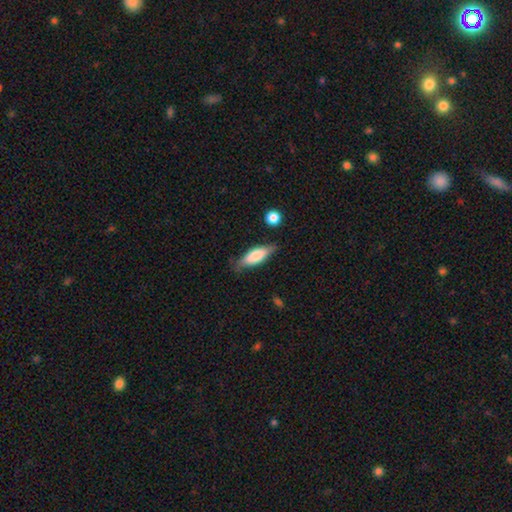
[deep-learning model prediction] smooth 71%, featured or disk 23%, star or artifact 6%. Down the decision tree: how rounded — in between (63%); merging — none (73%).